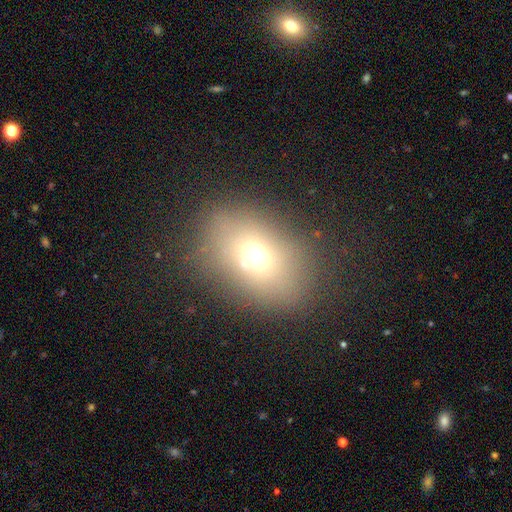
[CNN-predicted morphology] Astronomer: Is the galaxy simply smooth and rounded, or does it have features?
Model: smooth — 65%.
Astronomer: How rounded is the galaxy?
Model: in between — 66%.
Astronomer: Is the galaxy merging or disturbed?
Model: none — 76%.